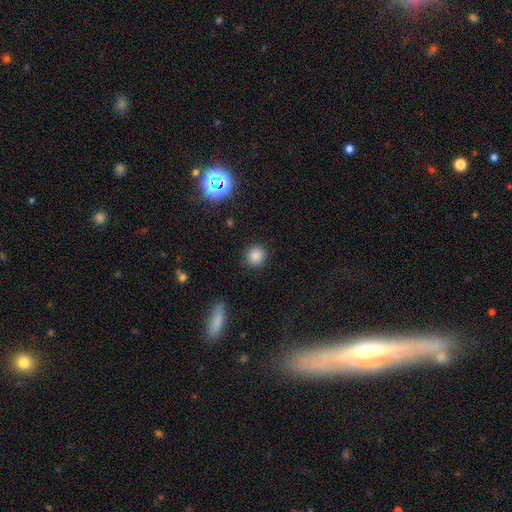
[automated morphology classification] smooth 84%, star or artifact 12%, featured or disk 4%. Down the decision tree: how rounded — round (87%); merging — none (87%).